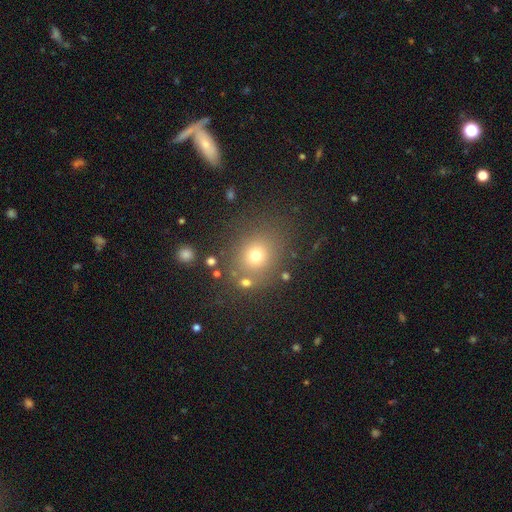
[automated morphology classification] Overall: smooth (69%). How rounded: round (72%). Merging: none (78%).